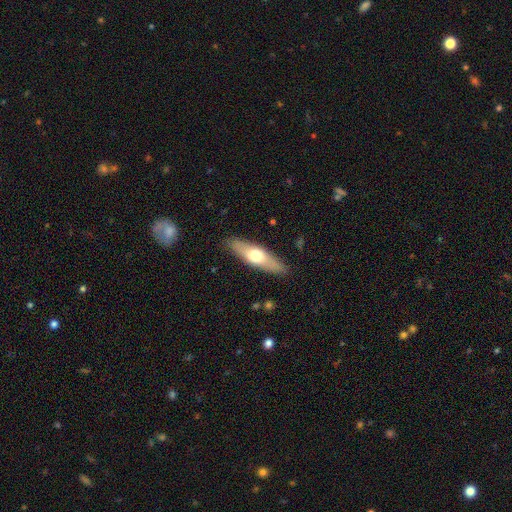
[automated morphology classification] smooth-or-featured: smooth: 53% | featured or disk: 41% | star or artifact: 5%
  how-rounded: cigar-shaped: 58% | in between: 39% | round: 2%
  merging: none: 88% | minor disturbance: 9% | major disturbance: 2% | merger: 1%